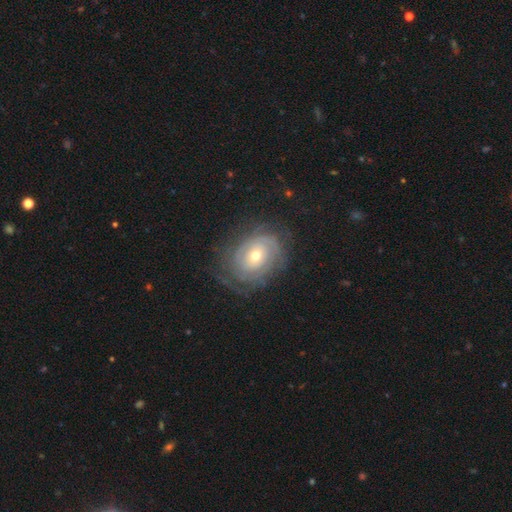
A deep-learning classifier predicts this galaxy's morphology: featured or disk 76%, smooth 17%, star or artifact 7%. Down the decision tree: edge-on disk — no (96%); bar — no (74%); spiral arms — yes (85%); spiral arm count — can't tell (50%); spiral winding — tight (76%); bulge size — moderate (60%); merging — none (71%).